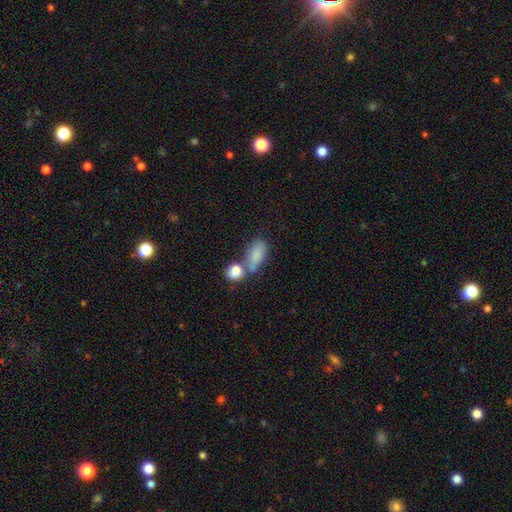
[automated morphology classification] Overall: smooth (81%). How rounded: in between (83%). Merging: merger (47%; none 31%).